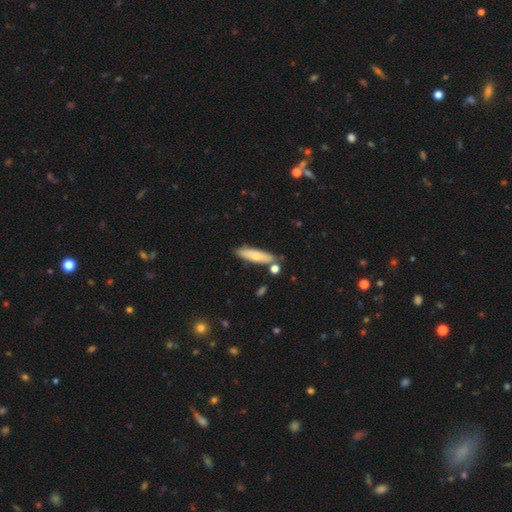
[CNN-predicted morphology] smooth_or_featured: smooth (p=0.66) [alt: featured or disk p=0.28]
how_rounded: cigar-shaped (p=0.70) [alt: in between p=0.28]
merging: none (p=0.77) [alt: minor disturbance p=0.13]